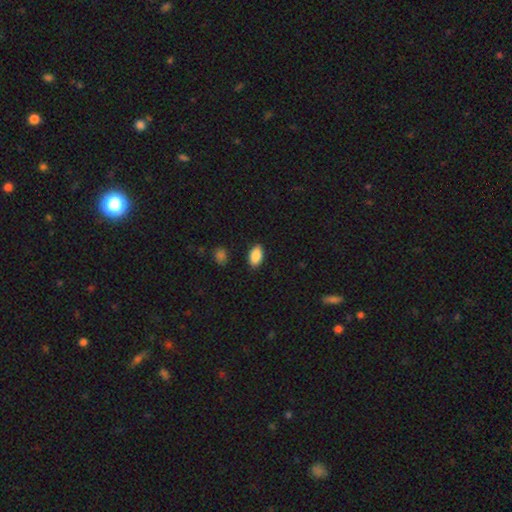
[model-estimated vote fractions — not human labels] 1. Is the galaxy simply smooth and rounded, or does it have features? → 89% smooth, 7% star or artifact, 4% featured or disk.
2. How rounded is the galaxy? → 93% in between, 5% round, 2% cigar-shaped.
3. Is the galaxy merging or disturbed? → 88% none, 9% minor disturbance, 2% major disturbance, 1% merger.